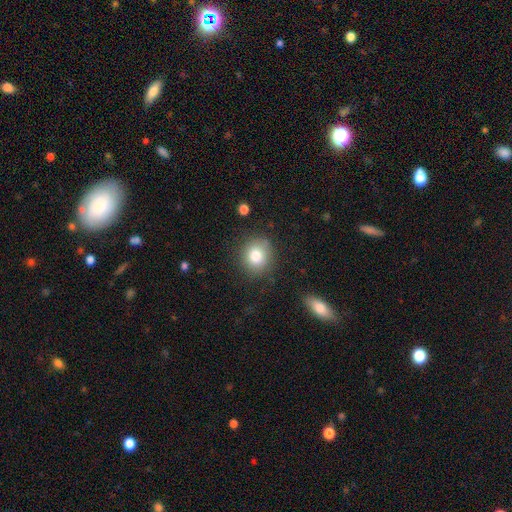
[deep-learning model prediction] The model was most divided on "how rounded": round: 82%, in between: 17%, cigar-shaped: 1%. More confident: merging — none (83%); smooth or featured — smooth (80%).